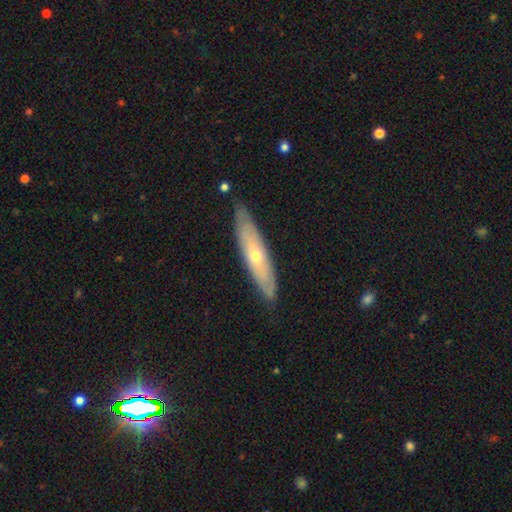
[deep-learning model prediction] Overall: featured or disk (52%; smooth 42%). Edge-on disk: yes (55%; no 45%). Merging: none (80%).